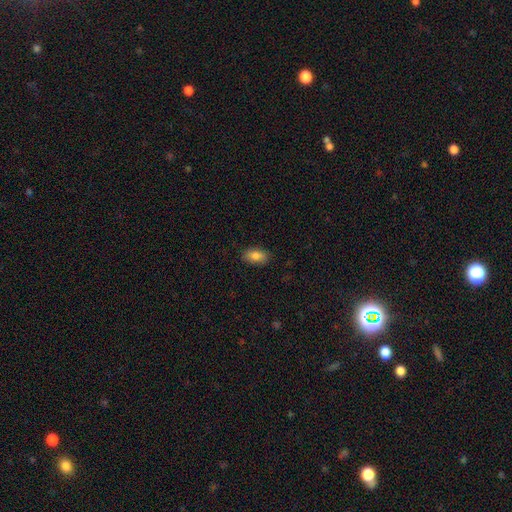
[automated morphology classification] smooth-or-featured: smooth: 83% | featured or disk: 9% | star or artifact: 8%
  how-rounded: in between: 90% | round: 5% | cigar-shaped: 4%
  merging: none: 87% | minor disturbance: 9% | major disturbance: 2% | merger: 1%